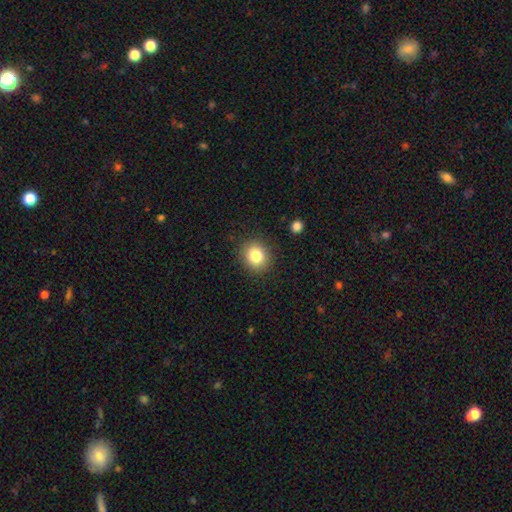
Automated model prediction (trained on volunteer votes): The model was most divided on "how rounded": round: 79%, in between: 21%, cigar-shaped: 1%. More confident: merging — none (88%); smooth or featured — smooth (82%).